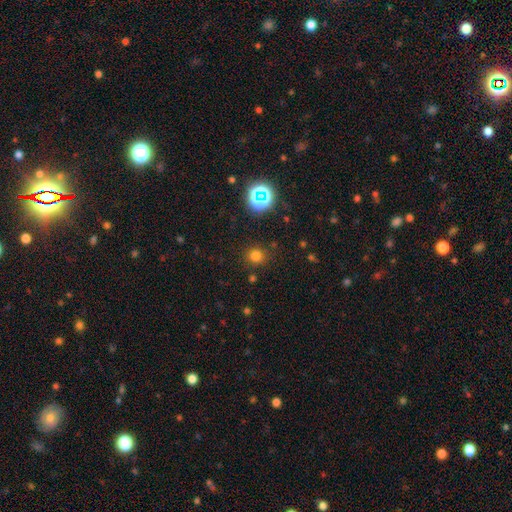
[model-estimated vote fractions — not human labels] Morphology: type=smooth (73%); roundness=round (89%); merging=none (85%).